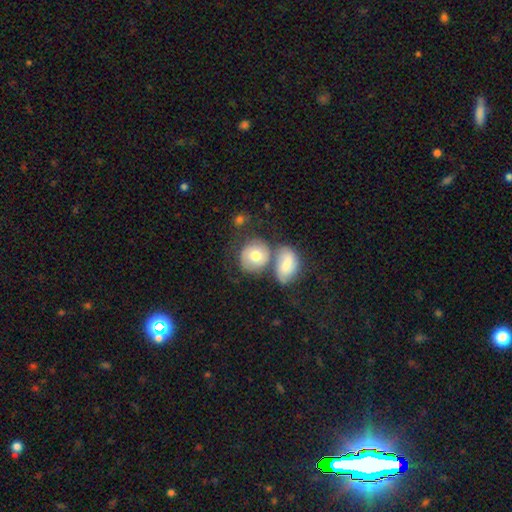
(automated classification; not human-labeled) This appears to be a smooth galaxy with no disk features (62%) that is round (75%). Merging: merger (40%, tied with none).